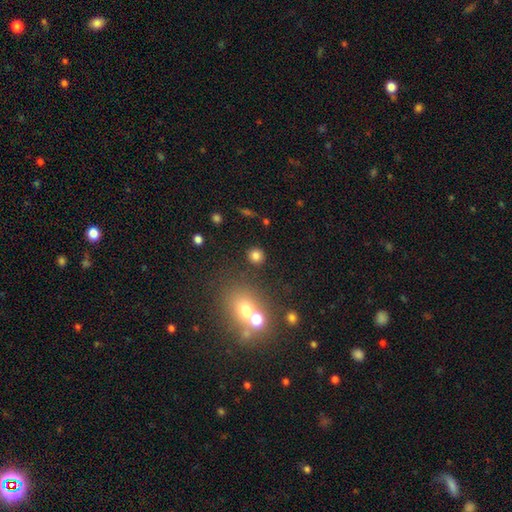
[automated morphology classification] A smooth galaxy with no disk features (80%) that is round (88%). Merging: none (84%).